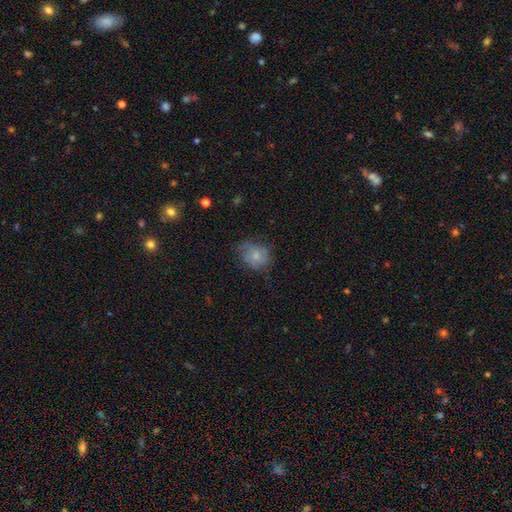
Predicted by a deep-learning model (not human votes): Morphology: type=smooth (59%); roundness=round (58%); merging=none (54%).